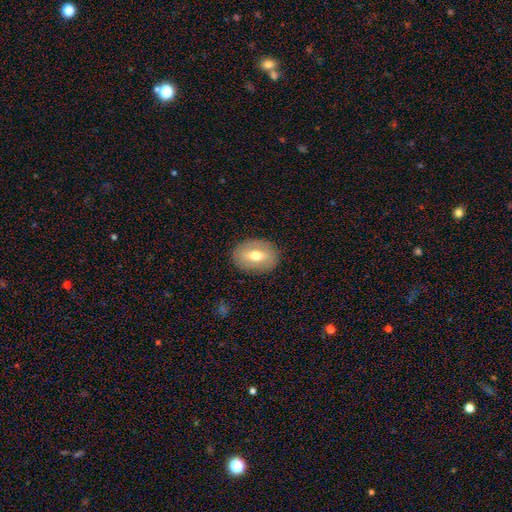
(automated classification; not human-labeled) This is possibly a smooth galaxy (54%). How rounded: likely in between (73%). Merging: clearly none (87%).